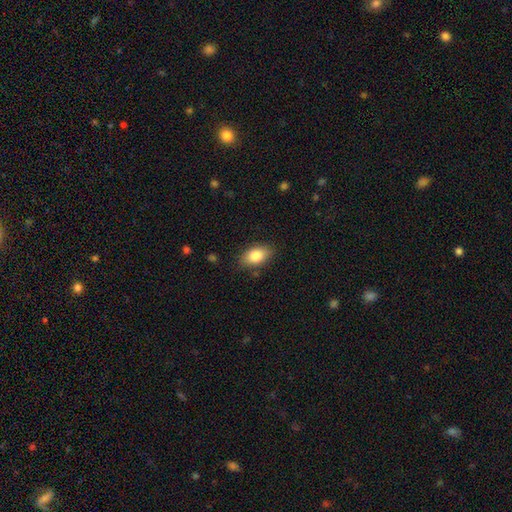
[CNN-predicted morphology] Smooth or featured?
  - smooth: 83% *
  - featured or disk: 9%
  - star or artifact: 7%
How rounded?
  - in between: 90% *
  - round: 8%
  - cigar-shaped: 3%
Merging?
  - none: 83% *
  - minor disturbance: 13%
  - major disturbance: 3%
  - merger: 1%